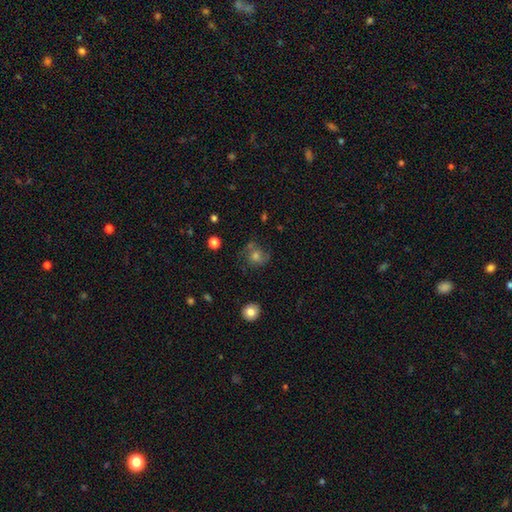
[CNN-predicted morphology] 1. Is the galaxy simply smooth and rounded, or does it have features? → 42% featured or disk, 37% smooth, 20% star or artifact.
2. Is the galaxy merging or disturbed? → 66% none, 17% minor disturbance, 12% major disturbance, 5% merger.